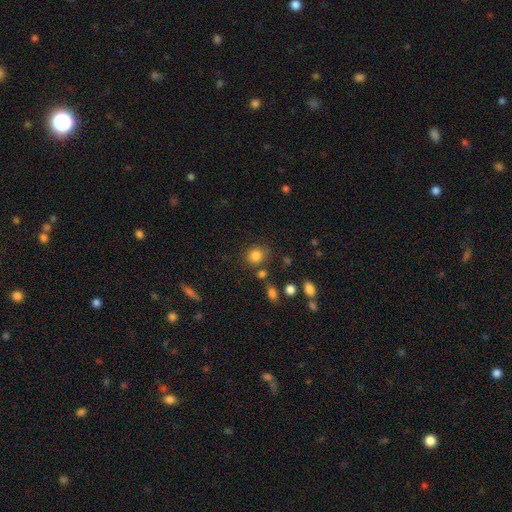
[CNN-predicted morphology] This appears to be a smooth galaxy with no disk features (83%) that is round (76%). Merging: none (74%).